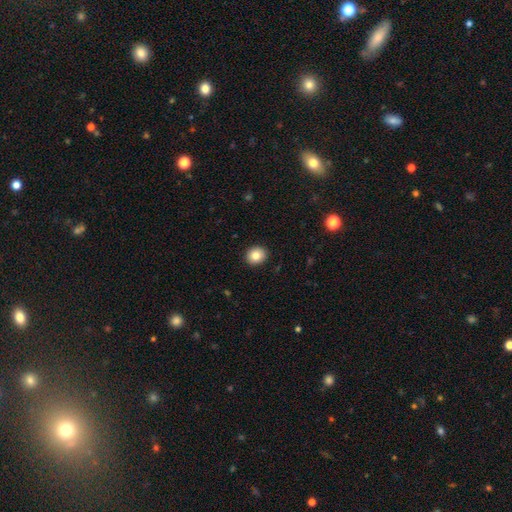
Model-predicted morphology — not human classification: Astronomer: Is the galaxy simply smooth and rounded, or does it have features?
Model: smooth — 83%.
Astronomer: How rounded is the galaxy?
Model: round — 71%.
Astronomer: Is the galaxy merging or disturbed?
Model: none — 92%.